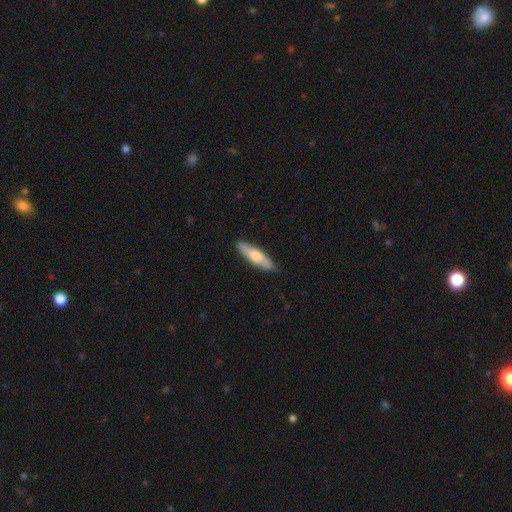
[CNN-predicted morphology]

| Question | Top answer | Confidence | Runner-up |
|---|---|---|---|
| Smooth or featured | smooth | 60% | featured or disk (35%) |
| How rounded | cigar-shaped | 68% | in between (30%) |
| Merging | none | 88% | minor disturbance (10%) |